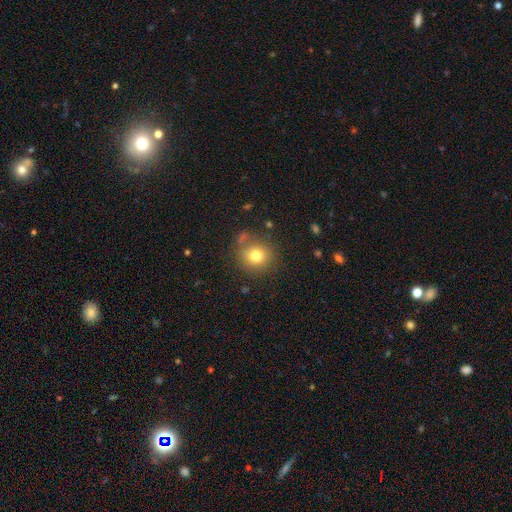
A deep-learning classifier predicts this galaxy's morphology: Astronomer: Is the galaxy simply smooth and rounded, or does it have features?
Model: smooth — 77%.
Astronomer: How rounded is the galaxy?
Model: round — 88%.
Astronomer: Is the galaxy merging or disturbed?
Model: none — 77%.